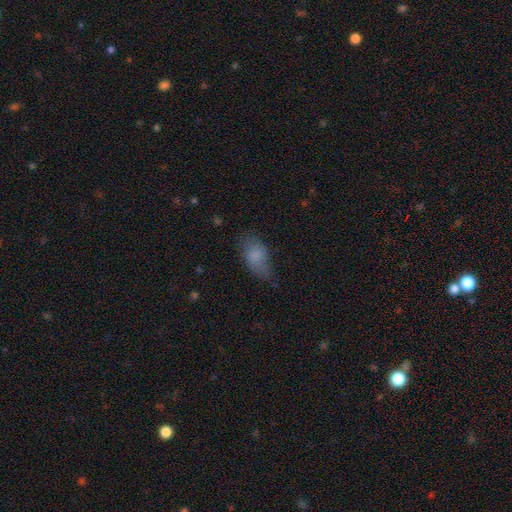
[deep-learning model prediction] Q: Smooth or featured?
A: smooth (79%); runner-up: featured or disk (12%)
Q: How rounded?
A: in between (89%); runner-up: round (7%)
Q: Merging?
A: none (51%); runner-up: minor disturbance (32%)